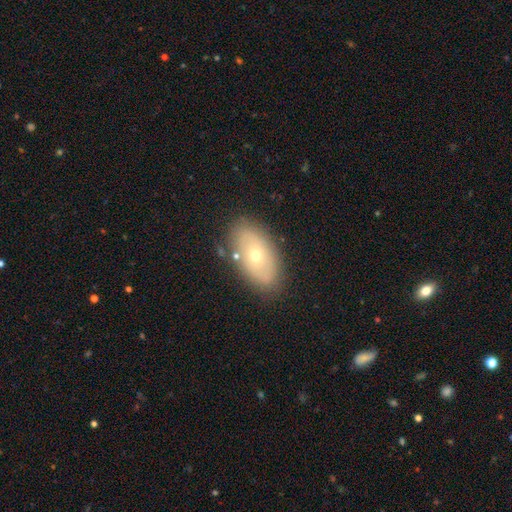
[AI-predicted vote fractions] A smooth galaxy with no disk features (52%) that is in between round and cigar-shaped (91%). Merging: none (82%).